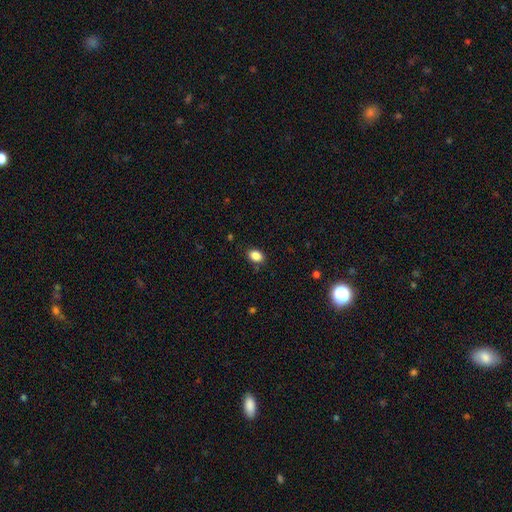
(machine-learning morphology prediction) smooth-or-featured: smooth: 87% | star or artifact: 9% | featured or disk: 4%
  how-rounded: in between: 79% | round: 20% | cigar-shaped: 1%
  merging: none: 83% | minor disturbance: 13% | major disturbance: 3% | merger: 1%